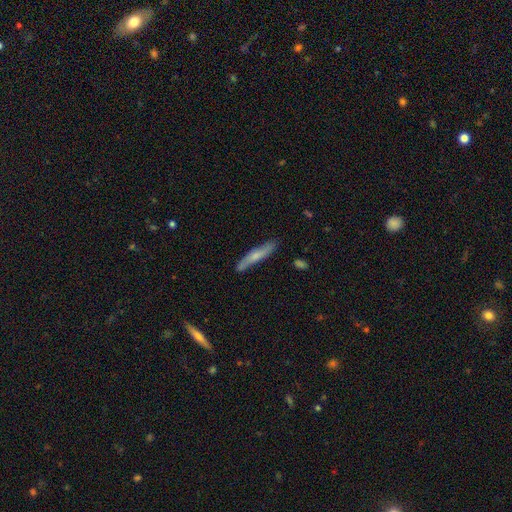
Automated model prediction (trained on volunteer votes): A smooth galaxy with no disk features (51%) that is cigar-shaped (92%). Merging: none (82%).